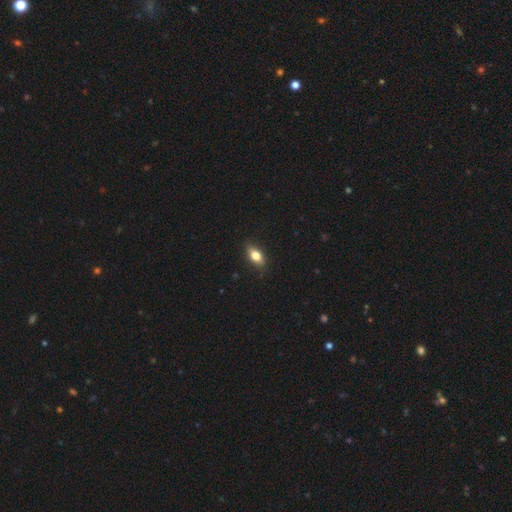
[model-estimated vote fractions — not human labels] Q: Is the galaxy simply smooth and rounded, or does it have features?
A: smooth — 78%.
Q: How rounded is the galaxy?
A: in between — 82%.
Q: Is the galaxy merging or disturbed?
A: none — 84%.